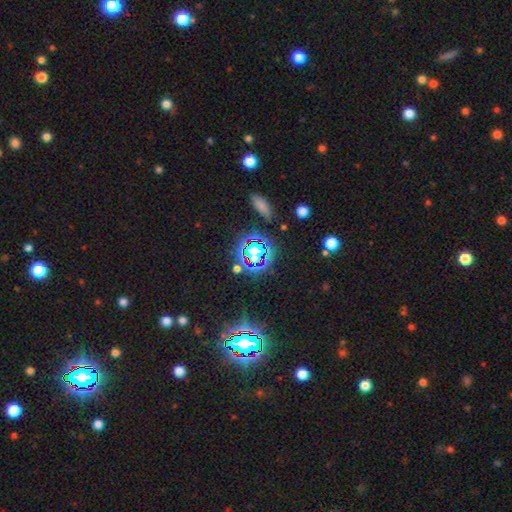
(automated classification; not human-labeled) star or artifact 67%, smooth 22%, featured or disk 11%.